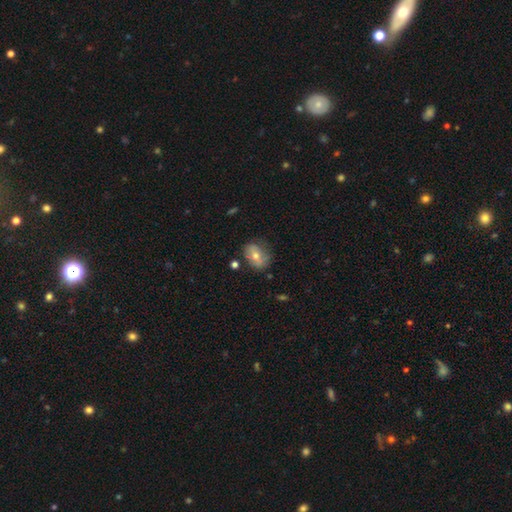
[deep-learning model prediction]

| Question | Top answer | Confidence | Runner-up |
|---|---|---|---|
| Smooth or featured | smooth | 53% | featured or disk (37%) |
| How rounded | in between | 68% | round (30%) |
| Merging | none | 67% | minor disturbance (23%) |